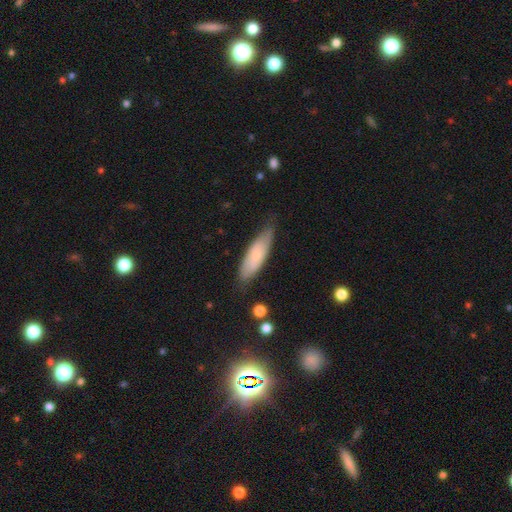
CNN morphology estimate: Smooth or featured?
  - smooth: 60% *
  - featured or disk: 34%
  - star or artifact: 6%
How rounded?
  - in between: 50% *
  - cigar-shaped: 48%
  - round: 2%
Merging?
  - none: 72% *
  - minor disturbance: 22%
  - major disturbance: 4%
  - merger: 2%